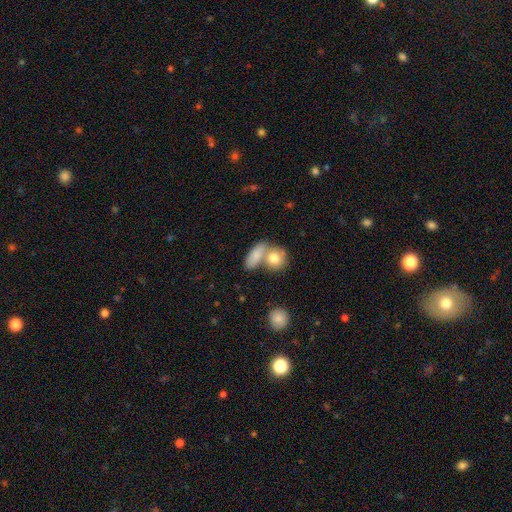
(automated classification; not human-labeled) Overall: smooth (81%). How rounded: in between (67%). Merging: merger (46%; none 38%).